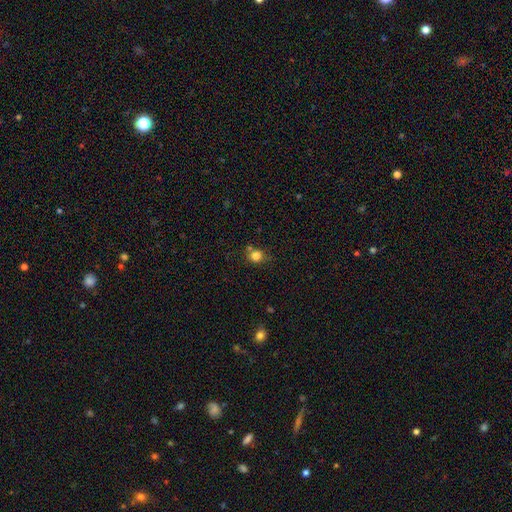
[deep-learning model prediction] A smooth galaxy with no disk features (80%) that is round (79%).

Vote fractions:
- Smooth or featured? smooth: 80% / star or artifact: 13% / featured or disk: 7%
- How rounded? round: 79% / in between: 20% / cigar-shaped: 1%
- Merging? none: 63% / minor disturbance: 17% / merger: 15% / major disturbance: 5%